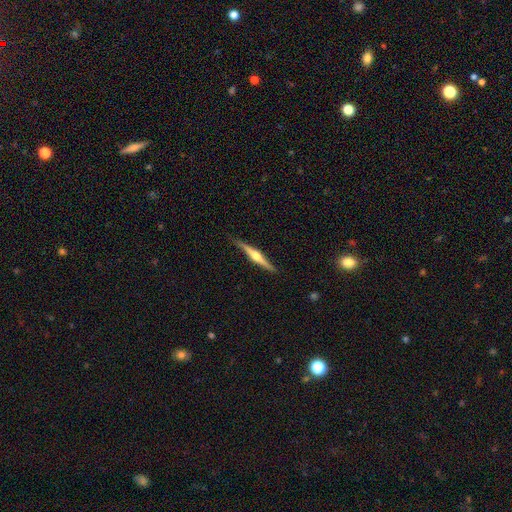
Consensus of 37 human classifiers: Smooth or featured? featured or disk (70%)
Edge-on disk? yes (100%)
Edge-on bulge? rounded (96%)
Merging? none (97%)